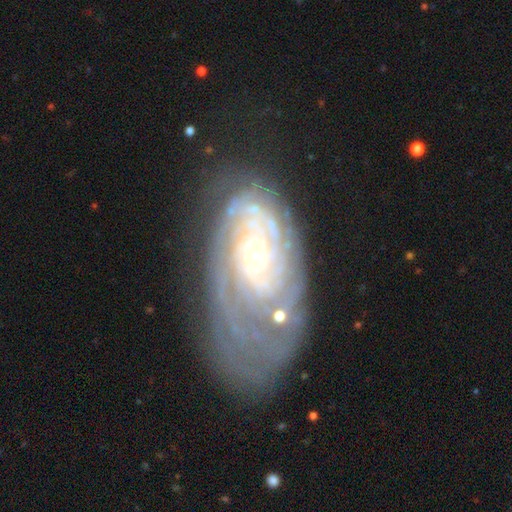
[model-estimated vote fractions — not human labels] smooth_or_featured: featured or disk (p=0.85) [alt: smooth p=0.08]
disk_edge_on: no (p=0.95) [alt: yes p=0.05]
bar: no (p=0.73) [alt: weak p=0.20]
has_spiral_arms: yes (p=0.95) [alt: no p=0.05]
spiral_winding: tight (p=0.78) [alt: medium p=0.17]
spiral_arm_count: can't tell (p=0.39) [alt: 2 p=0.18]
bulge_size: small (p=0.74) [alt: moderate p=0.21]
merging: none (p=0.58) [alt: minor disturbance p=0.21]